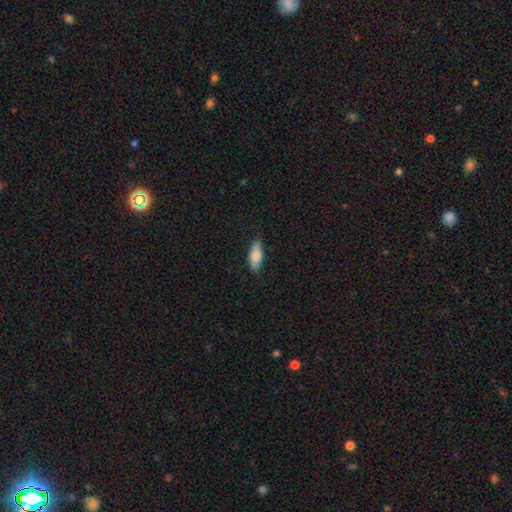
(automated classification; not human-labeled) Smooth or featured? smooth (80%)
How rounded? in between (74%)
Merging? none (84%)